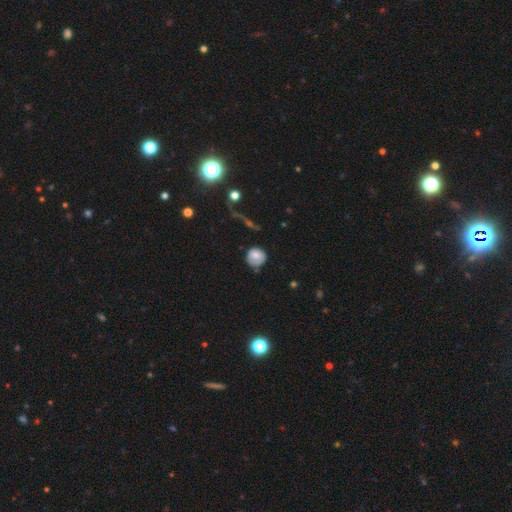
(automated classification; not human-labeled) Morphology: type=smooth (77%); roundness=round (86%); merging=none (63%).